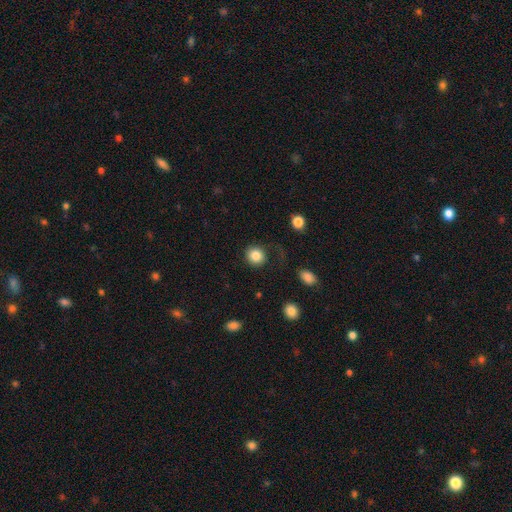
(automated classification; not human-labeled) Morphology: type=smooth (84%); roundness=round (86%); merging=none (78%).